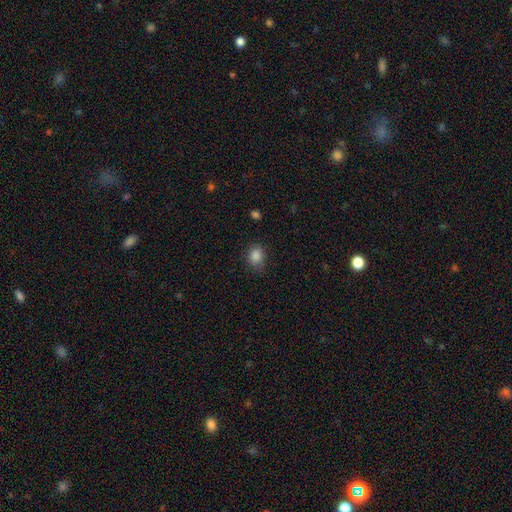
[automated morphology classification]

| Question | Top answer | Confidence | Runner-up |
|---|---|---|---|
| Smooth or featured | smooth | 86% | star or artifact (10%) |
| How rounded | round | 54% | in between (45%) |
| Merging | none | 78% | minor disturbance (16%) |